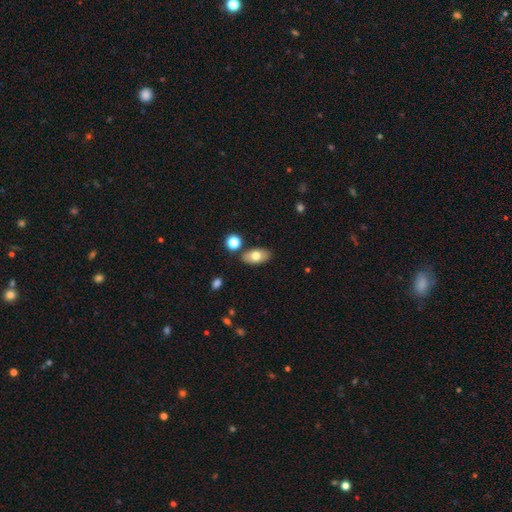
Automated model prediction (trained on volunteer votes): This is likely a smooth galaxy (73%). How rounded: clearly in between (92%). Merging: clearly none (83%).